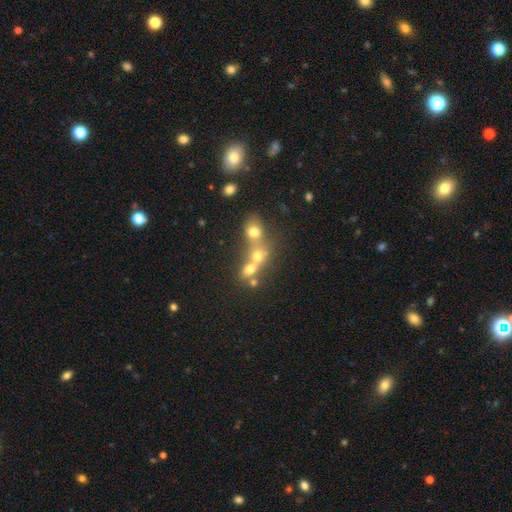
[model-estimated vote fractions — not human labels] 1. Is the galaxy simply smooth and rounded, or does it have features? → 47% smooth, 28% star or artifact, 24% featured or disk.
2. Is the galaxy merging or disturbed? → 56% merger, 33% none, 7% minor disturbance, 5% major disturbance.